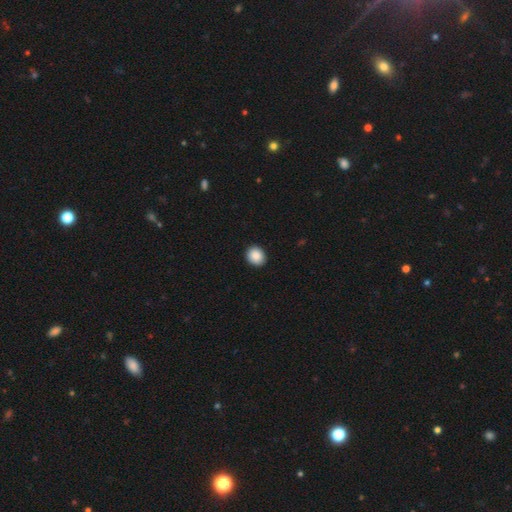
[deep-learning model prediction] Morphology: type=smooth (89%); roundness=round (71%); merging=none (92%).